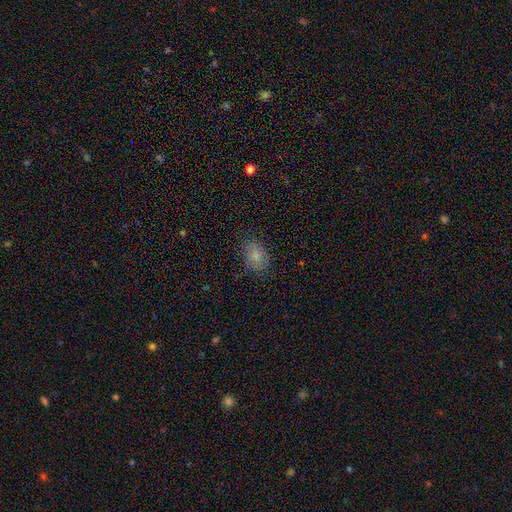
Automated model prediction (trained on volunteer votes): This is clearly a smooth galaxy (80%). How rounded: likely in between (77%). Merging: likely none (76%).